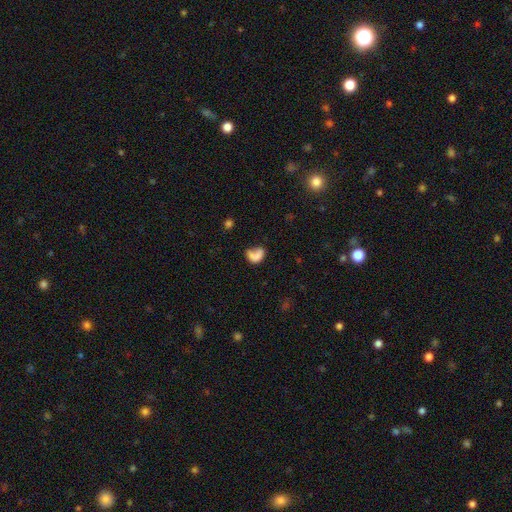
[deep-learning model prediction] Morphology: type=smooth (64%); roundness=in between (74%); merging=none (31%, tied with major disturbance).